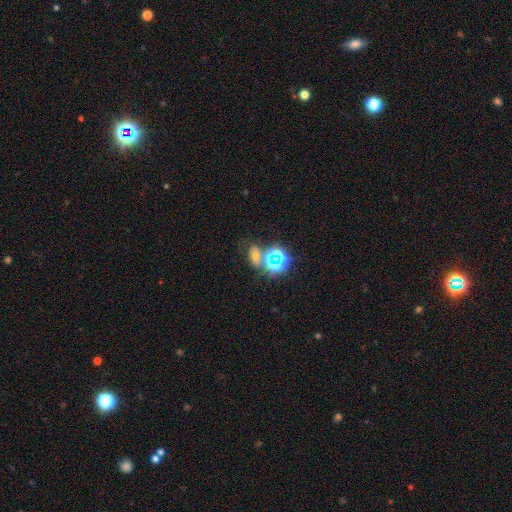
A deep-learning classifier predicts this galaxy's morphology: Overall: smooth (42%; star or artifact 39%). Merging: none (51%; merger 26%).